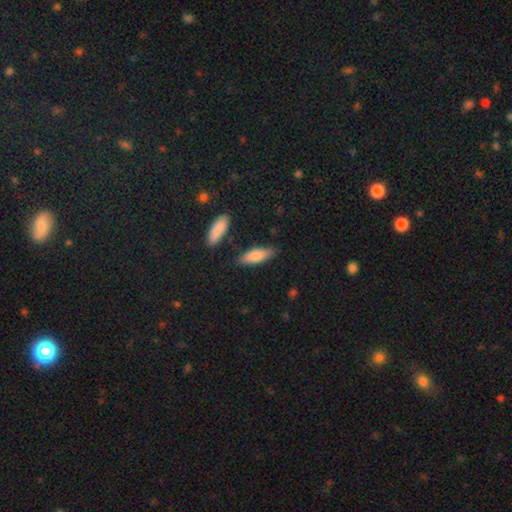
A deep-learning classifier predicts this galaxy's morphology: type=smooth (79%); roundness=in between (56%); merging=none (79%).